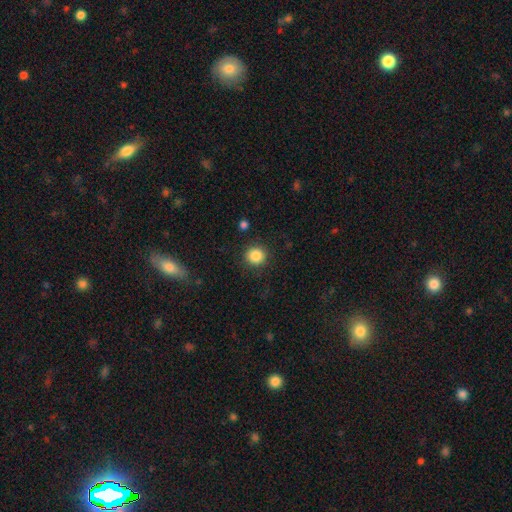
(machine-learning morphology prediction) Smooth or featured? Predicted: smooth (p=0.86). How rounded? Predicted: round (p=0.92). Merging? Predicted: none (p=0.89).